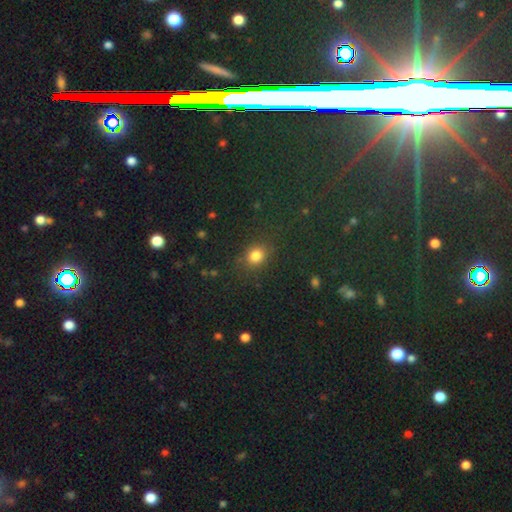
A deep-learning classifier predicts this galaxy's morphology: type=smooth (79%); roundness=round (66%); merging=none (83%).